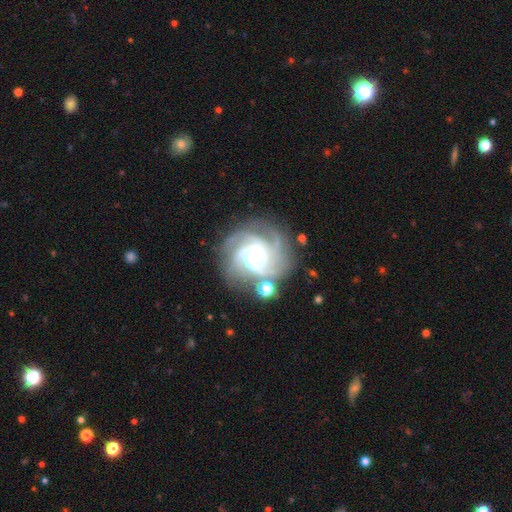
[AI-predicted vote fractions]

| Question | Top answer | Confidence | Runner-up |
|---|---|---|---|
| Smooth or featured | featured or disk | 85% | star or artifact (7%) |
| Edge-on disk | no | 98% | yes (2%) |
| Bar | no | 47% | weak (40%) |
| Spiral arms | yes | 97% | no (3%) |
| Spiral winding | tight | 54% | medium (37%) |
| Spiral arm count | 4 | 32% | 3 (29%) |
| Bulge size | moderate | 58% | small (23%) |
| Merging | none | 66% | minor disturbance (15%) |